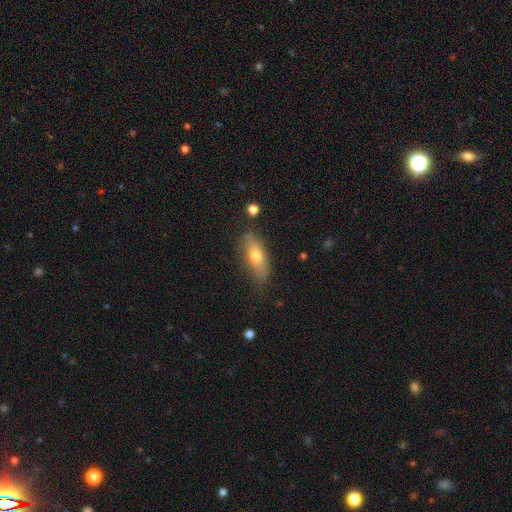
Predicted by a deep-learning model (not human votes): Morphology: type=smooth (67%); roundness=in between (70%); merging=none (69%).